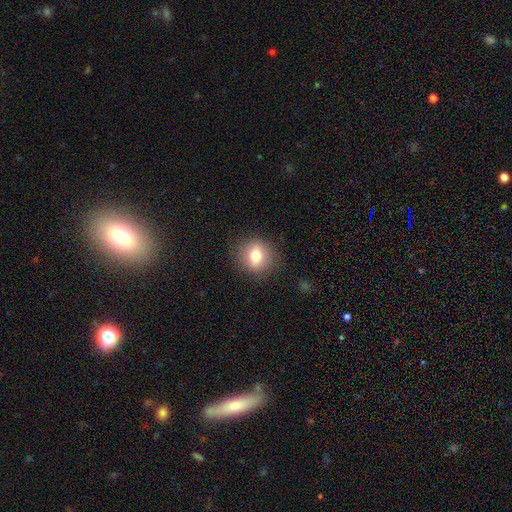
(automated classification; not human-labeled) smooth-or-featured: smooth: 78% | featured or disk: 13% | star or artifact: 10%
  how-rounded: round: 76% | in between: 23% | cigar-shaped: 1%
  merging: none: 85% | minor disturbance: 10% | major disturbance: 3% | merger: 1%